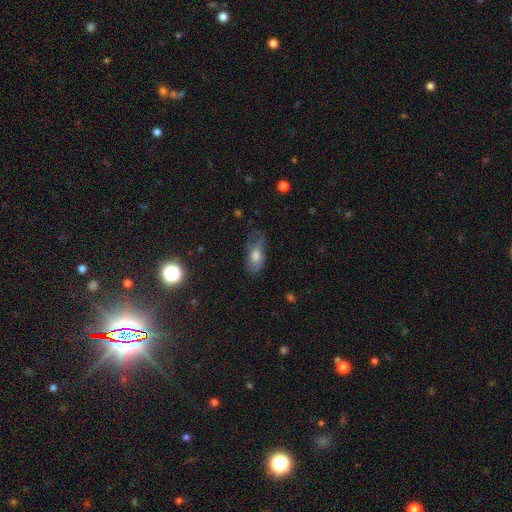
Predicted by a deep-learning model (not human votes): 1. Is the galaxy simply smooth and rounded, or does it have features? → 54% smooth, 32% featured or disk, 14% star or artifact.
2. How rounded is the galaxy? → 81% in between, 12% cigar-shaped, 7% round.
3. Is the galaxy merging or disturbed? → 58% none, 27% minor disturbance, 13% major disturbance, 2% merger.